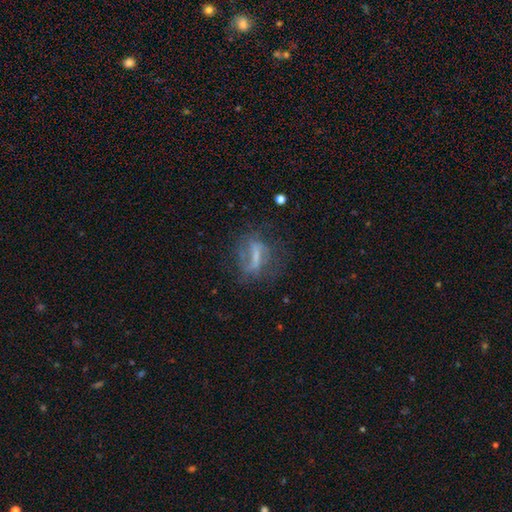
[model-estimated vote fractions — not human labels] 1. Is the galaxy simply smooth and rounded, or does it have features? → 62% featured or disk, 25% smooth, 13% star or artifact.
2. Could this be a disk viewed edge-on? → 87% no, 13% yes.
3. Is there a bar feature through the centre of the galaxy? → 53% strong, 29% weak, 18% no.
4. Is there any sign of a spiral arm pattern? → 56% yes, 44% no.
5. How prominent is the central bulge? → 43% none, 32% small, 19% moderate, 4% large, 2% dominant.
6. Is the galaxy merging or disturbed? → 54% none, 23% major disturbance, 21% minor disturbance, 3% merger.